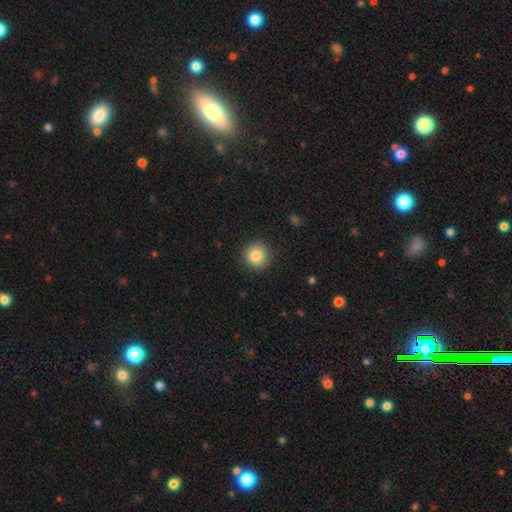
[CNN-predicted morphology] Overall: smooth (84%). How rounded: round (95%). Merging: none (91%).